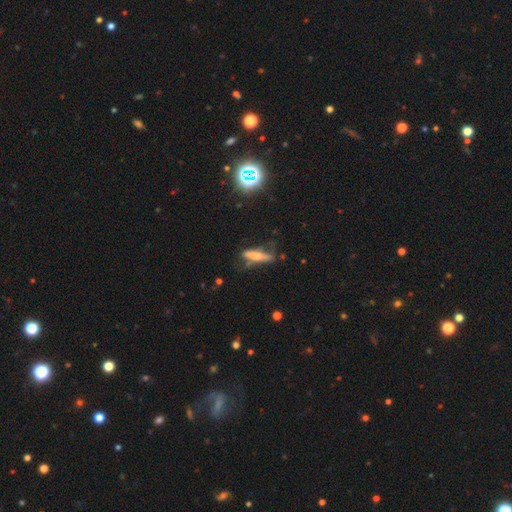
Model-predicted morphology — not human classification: Smooth or featured?
  - smooth: 45% * (tied)
  - featured or disk: 45% * (tied)
  - star or artifact: 9%
Merging?
  - none: 55% *
  - minor disturbance: 27%
  - major disturbance: 13%
  - merger: 5%